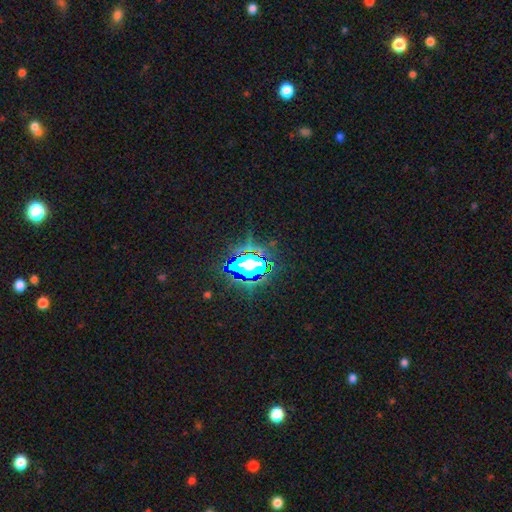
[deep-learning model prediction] Smooth or featured?
  - star or artifact: 77% *
  - smooth: 14%
  - featured or disk: 9%